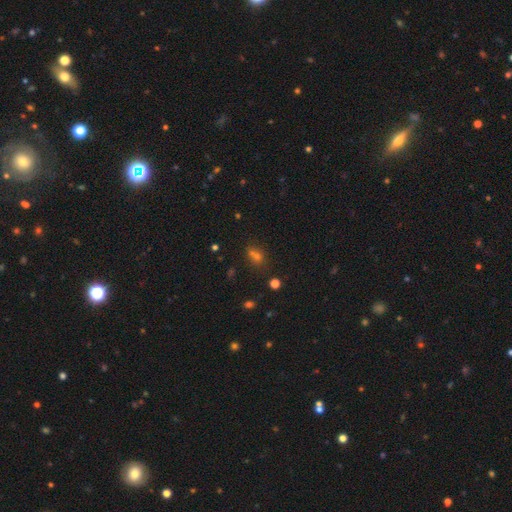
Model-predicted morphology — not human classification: Q: Smooth or featured?
A: smooth (55%); runner-up: star or artifact (35%)
Q: How rounded?
A: in between (52%); runner-up: round (44%)
Q: Merging?
A: none (62%); runner-up: merger (16%)